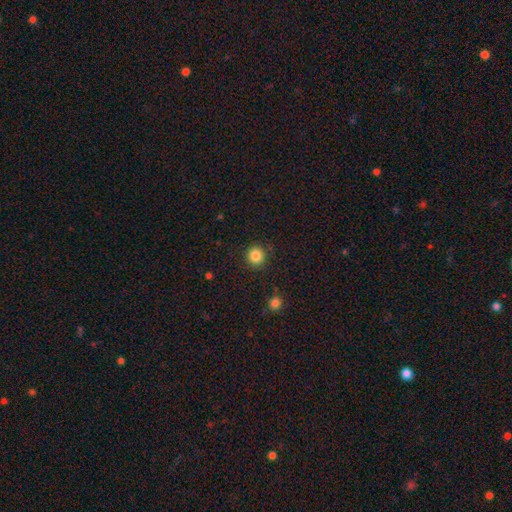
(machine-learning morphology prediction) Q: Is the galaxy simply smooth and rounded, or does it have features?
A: smooth — 85%.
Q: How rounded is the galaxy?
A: round — 92%.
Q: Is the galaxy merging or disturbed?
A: none — 90%.